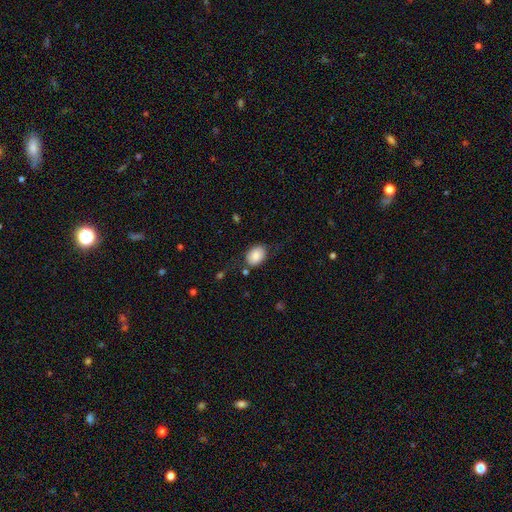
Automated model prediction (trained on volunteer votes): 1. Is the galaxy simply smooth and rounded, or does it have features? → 85% smooth, 7% featured or disk, 7% star or artifact.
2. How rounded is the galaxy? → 74% in between, 25% round, 1% cigar-shaped.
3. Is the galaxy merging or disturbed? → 75% none, 17% minor disturbance, 5% major disturbance, 3% merger.